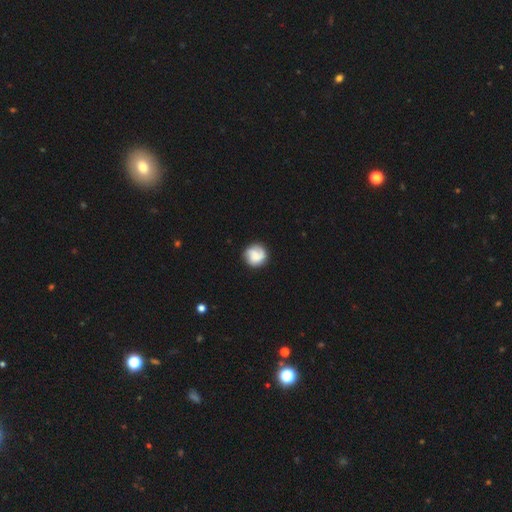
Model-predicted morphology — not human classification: type=smooth (62%); roundness=round (90%); merging=none (78%).